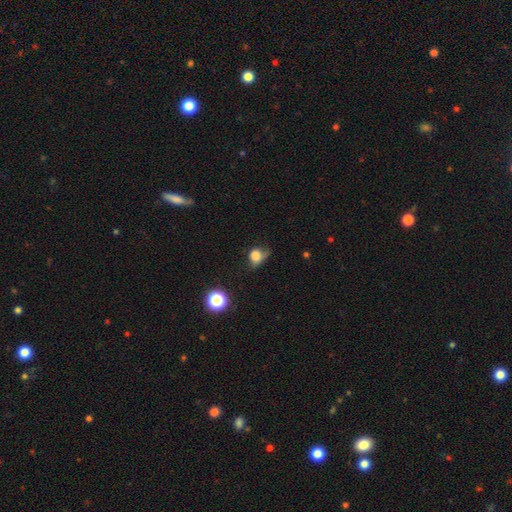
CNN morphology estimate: smooth-or-featured: smooth: 77% | star or artifact: 12% | featured or disk: 11%
  how-rounded: round: 57% | in between: 42% | cigar-shaped: 1%
  merging: minor disturbance: 41% | none: 32% | major disturbance: 24% | merger: 3%